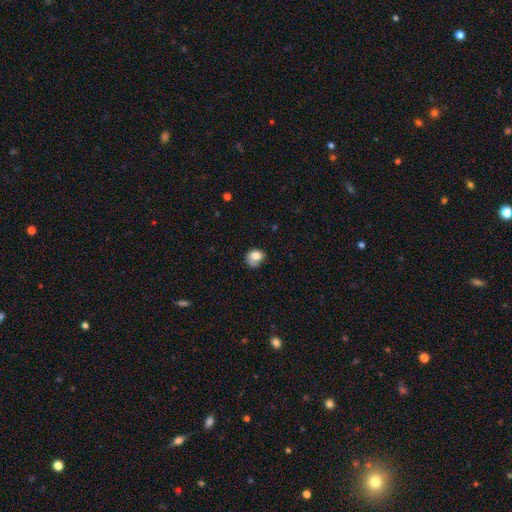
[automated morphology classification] type=smooth (76%); roundness=round (59%); merging=none (48%).